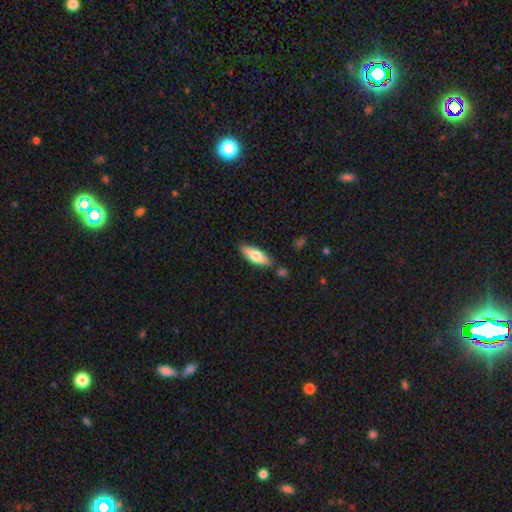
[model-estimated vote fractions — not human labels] Smooth or featured: smooth — 72% (featured or disk — 22%)
How rounded: in between — 62% (cigar-shaped — 36%)
Merging: none — 80% (minor disturbance — 12%)